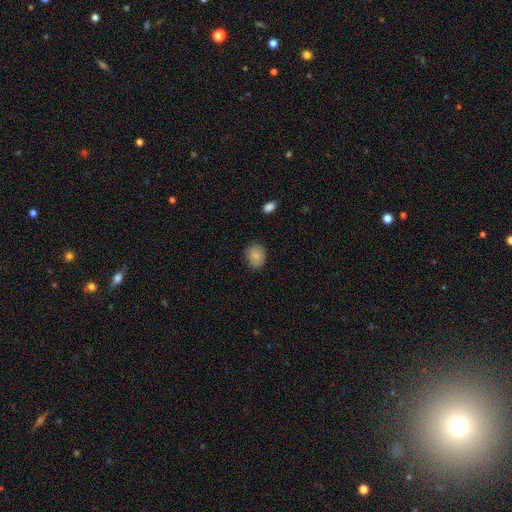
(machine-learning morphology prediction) Smooth or featured?
  - smooth: 87% *
  - star or artifact: 8%
  - featured or disk: 5%
How rounded?
  - round: 54% *
  - in between: 45%
  - cigar-shaped: 1%
Merging?
  - none: 83% *
  - minor disturbance: 13%
  - major disturbance: 3%
  - merger: 1%